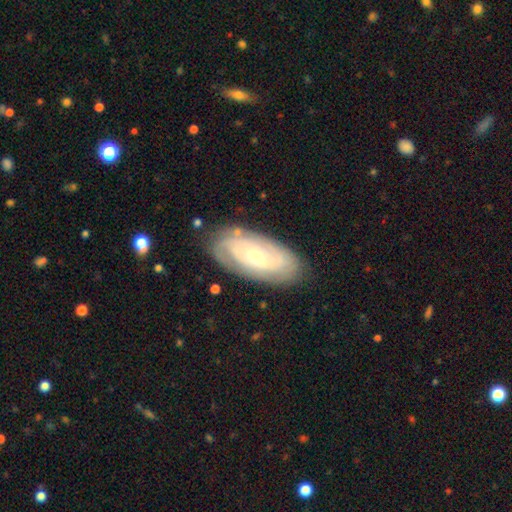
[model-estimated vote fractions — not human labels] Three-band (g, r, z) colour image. It shows a featured or disk galaxy (77%) with no bar (57%), 2 (38%) tight (60%) spiral arms (91%) and a small central bulge (52%). Merging: none (80%).